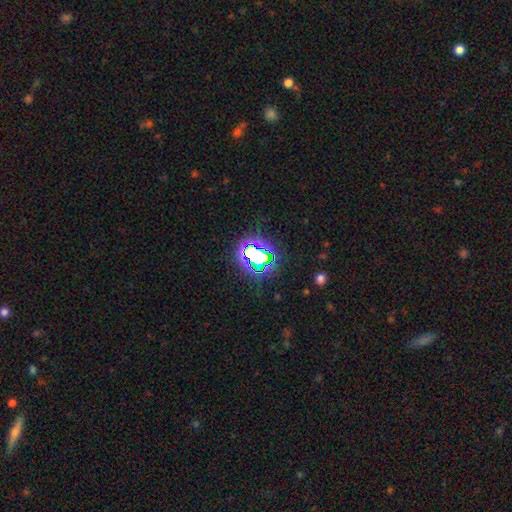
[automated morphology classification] Q: Smooth or featured?
A: star or artifact (65%); runner-up: smooth (22%)